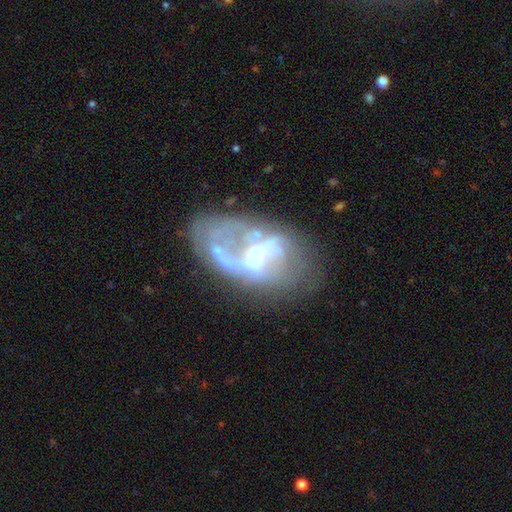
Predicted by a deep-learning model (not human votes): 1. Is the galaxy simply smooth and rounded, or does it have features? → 77% featured or disk, 13% smooth, 10% star or artifact.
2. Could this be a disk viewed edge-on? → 96% no, 4% yes.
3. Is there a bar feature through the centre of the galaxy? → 43% weak, 33% no, 23% strong.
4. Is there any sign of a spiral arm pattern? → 62% yes, 38% no.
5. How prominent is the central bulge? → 48% moderate, 32% small, 11% none, 7% large, 2% dominant.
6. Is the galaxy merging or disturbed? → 40% none, 28% major disturbance, 19% minor disturbance, 13% merger.